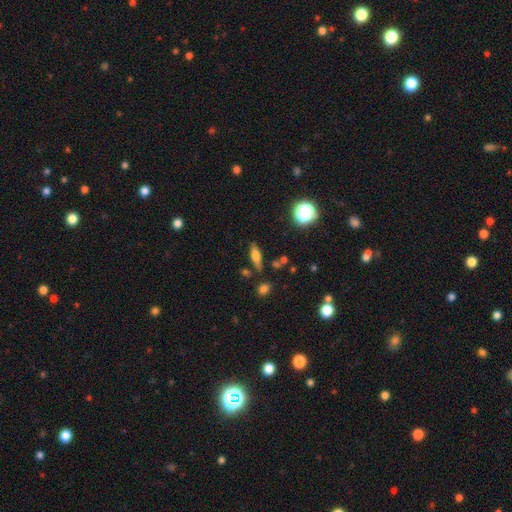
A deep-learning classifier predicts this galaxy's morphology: Q: Smooth or featured?
A: smooth (54%); runner-up: featured or disk (35%)
Q: How rounded?
A: in between (48%); runner-up: cigar-shaped (47%)
Q: Merging?
A: none (79%); runner-up: minor disturbance (12%)